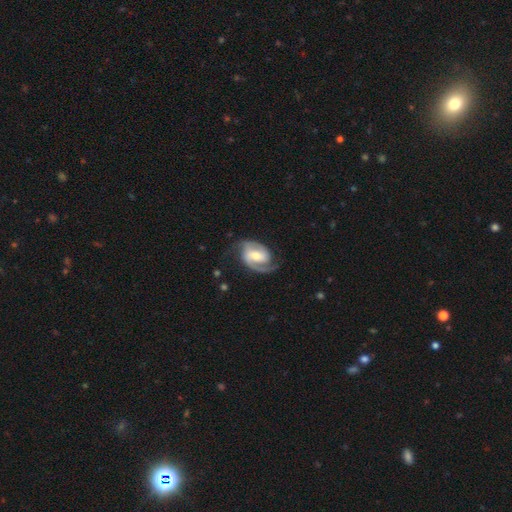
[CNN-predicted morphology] Q: Smooth or featured?
A: featured or disk (86%); runner-up: smooth (9%)
Q: Edge-on disk?
A: no (97%); runner-up: yes (3%)
Q: Bar?
A: weak (45%); runner-up: strong (28%)
Q: Spiral arms?
A: yes (97%); runner-up: no (3%)
Q: Spiral winding?
A: medium (50%); runner-up: tight (35%)
Q: Spiral arm count?
A: 2 (85%); runner-up: 1 (8%)
Q: Bulge size?
A: moderate (58%); runner-up: small (29%)
Q: Merging?
A: none (72%); runner-up: minor disturbance (18%)